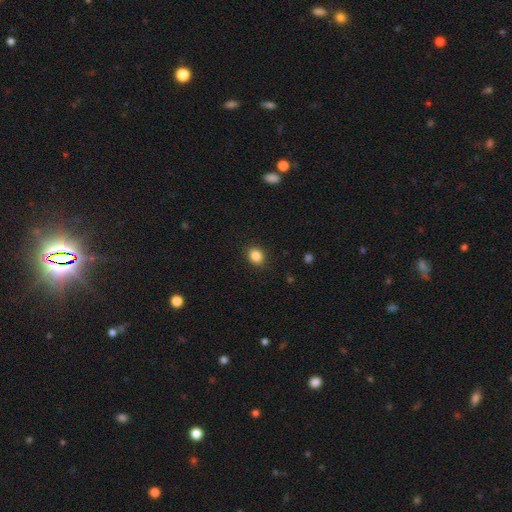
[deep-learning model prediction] Q: Smooth or featured?
A: smooth (86%); runner-up: star or artifact (10%)
Q: How rounded?
A: round (52%); runner-up: in between (47%)
Q: Merging?
A: none (89%); runner-up: minor disturbance (8%)